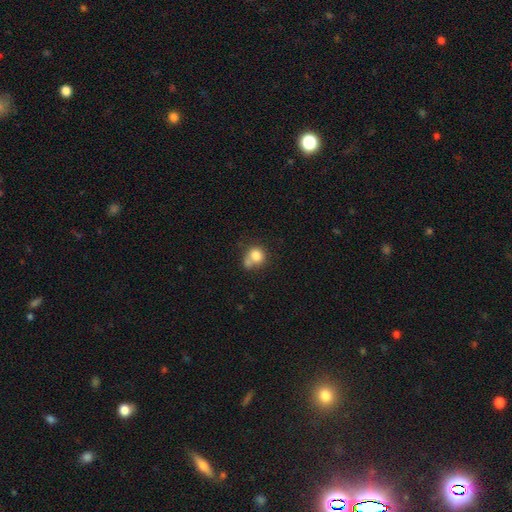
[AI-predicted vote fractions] Smooth or featured: smooth — 79% (featured or disk — 11%)
How rounded: round — 76% (in between — 23%)
Merging: none — 42% (merger — 36%)